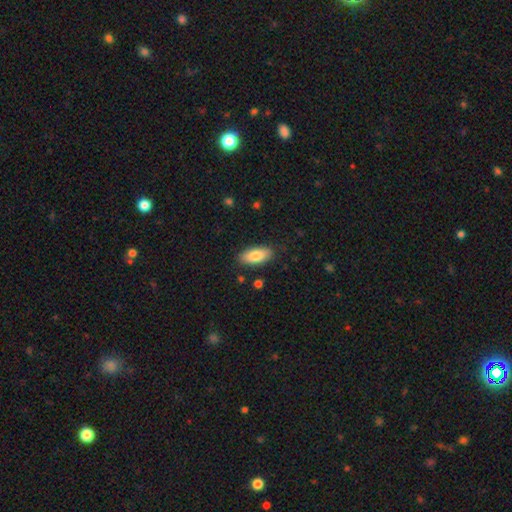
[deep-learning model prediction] This appears to be a smooth galaxy with no disk features (83%) that is in between round and cigar-shaped (86%). Merging: none (87%).